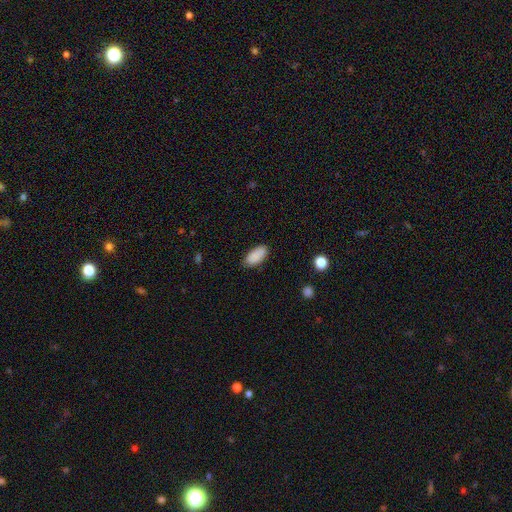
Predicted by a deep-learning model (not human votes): A smooth galaxy with no disk features (89%) that is in between round and cigar-shaped (92%). Merging: none (83%).